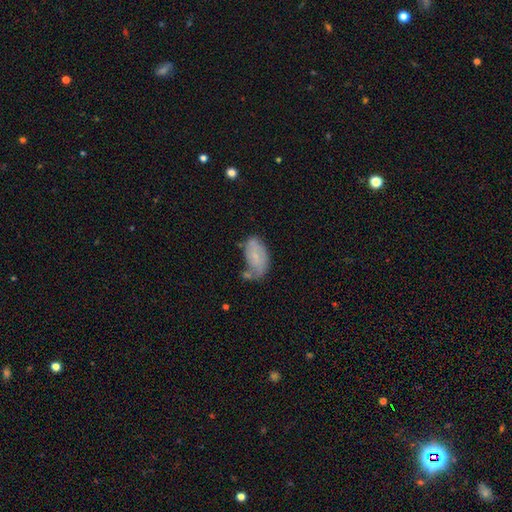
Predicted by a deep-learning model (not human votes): Smooth or featured?
  - smooth: 57% *
  - featured or disk: 35%
  - star or artifact: 8%
How rounded?
  - in between: 92% *
  - round: 5%
  - cigar-shaped: 3%
Merging?
  - none: 38% *
  - minor disturbance: 31%
  - merger: 16%
  - major disturbance: 15%